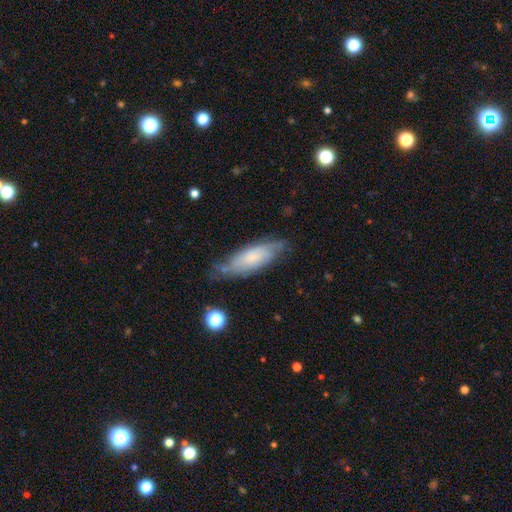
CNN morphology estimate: smooth-or-featured: featured or disk: 47% | smooth: 44% | star or artifact: 9%
  merging: none: 73% | minor disturbance: 20% | major disturbance: 5% | merger: 2%